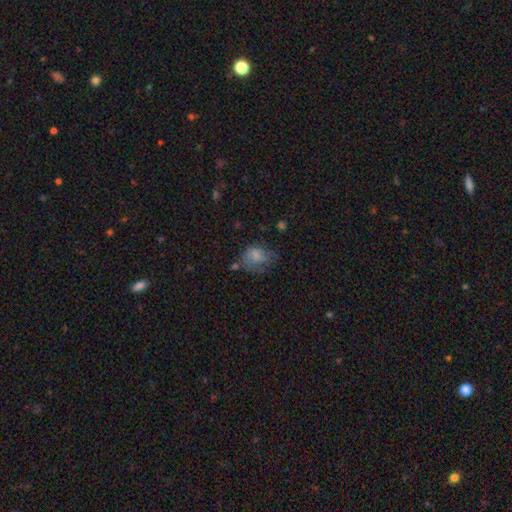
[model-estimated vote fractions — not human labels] Smooth or featured? smooth (63%)
How rounded? in between (57%)
Merging? none (33%, tied with major disturbance)